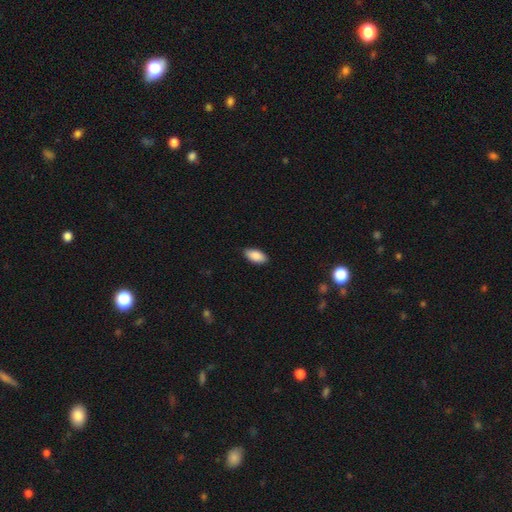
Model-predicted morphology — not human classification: This is clearly a smooth galaxy (89%). How rounded: clearly in between (93%). Merging: clearly none (87%).